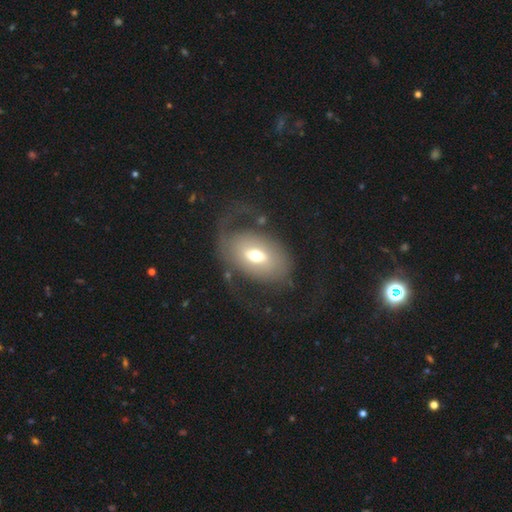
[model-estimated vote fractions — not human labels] This appears to be a featured or disk galaxy (49%). Merging: none (42%).